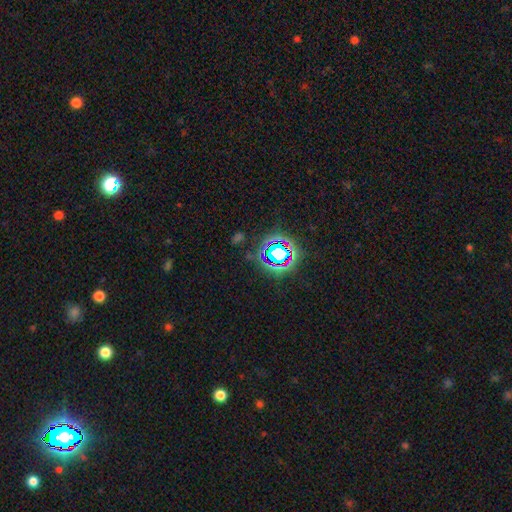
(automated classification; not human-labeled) Overall: star or artifact (76%).